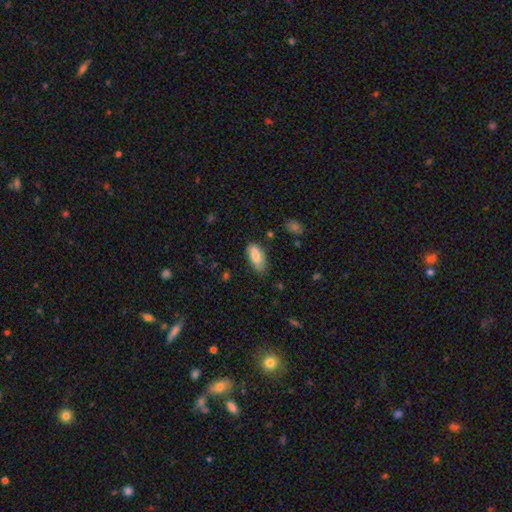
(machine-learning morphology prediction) This appears to be a smooth galaxy with no disk features (83%) that is in between round and cigar-shaped (87%). Merging: none (76%).